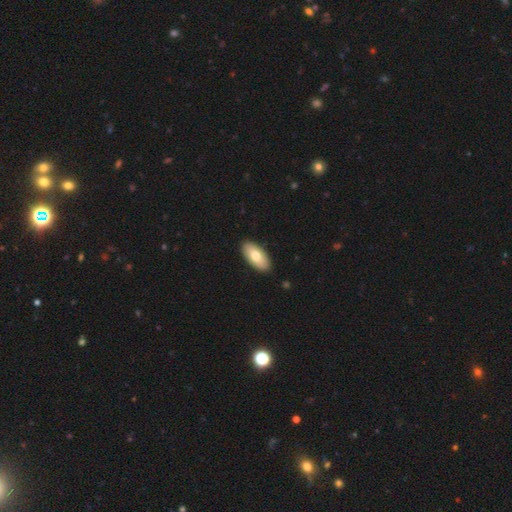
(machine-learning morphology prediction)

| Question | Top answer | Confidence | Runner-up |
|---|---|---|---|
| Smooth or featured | smooth | 75% | featured or disk (19%) |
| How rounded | in between | 93% | cigar-shaped (5%) |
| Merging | none | 90% | minor disturbance (8%) |